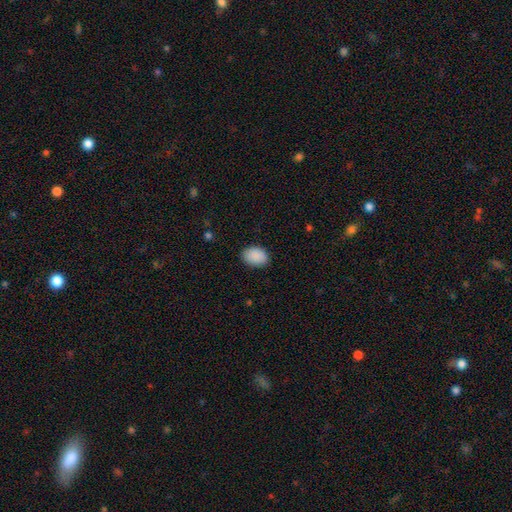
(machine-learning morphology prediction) The model was most divided on "how rounded": in between: 77%, round: 22%, cigar-shaped: 1%. More confident: smooth or featured — smooth (90%); merging — none (86%).